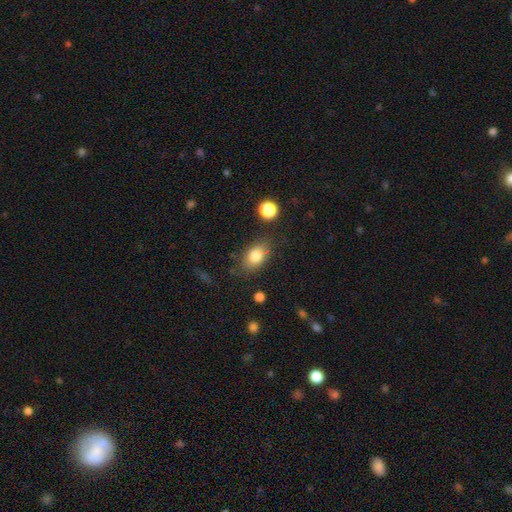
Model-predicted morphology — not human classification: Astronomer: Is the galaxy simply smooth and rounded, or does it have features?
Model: smooth — 82%.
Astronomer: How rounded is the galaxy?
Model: in between — 81%.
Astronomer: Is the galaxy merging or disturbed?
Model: none — 76%.